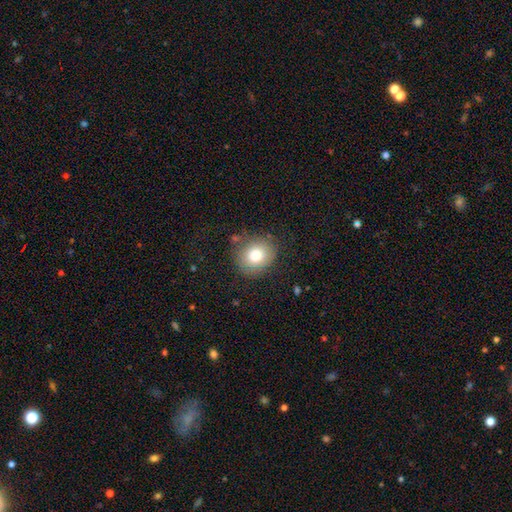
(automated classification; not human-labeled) Smooth or featured: smooth — 77% (featured or disk — 12%)
How rounded: round — 78% (in between — 21%)
Merging: none — 80% (minor disturbance — 13%)